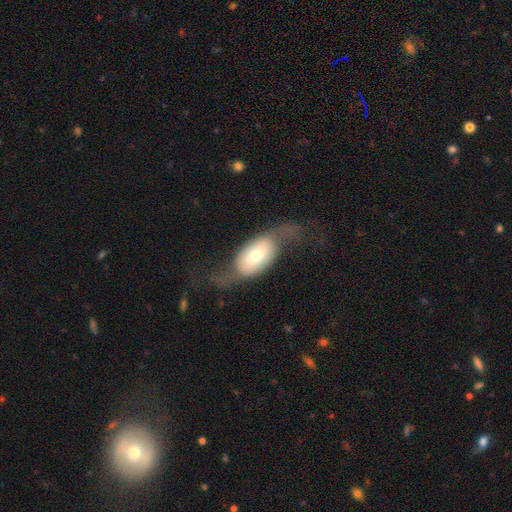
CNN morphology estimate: smooth-or-featured: featured or disk: 49% | smooth: 45% | star or artifact: 6%
  merging: major disturbance: 41% | none: 36% | minor disturbance: 20% | merger: 3%